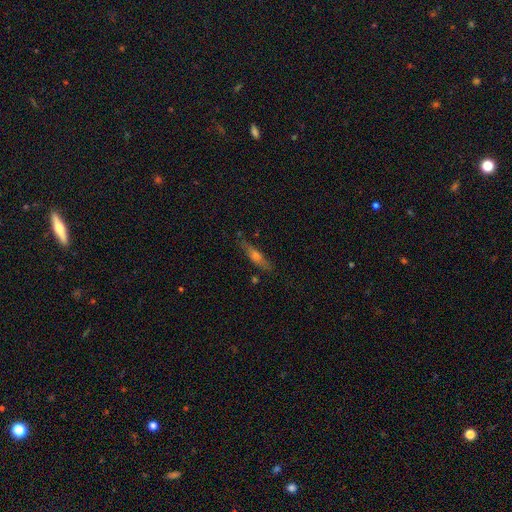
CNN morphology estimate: Smooth or featured? featured or disk (59%)
Edge-on disk? yes (92%)
Edge-on bulge? rounded (84%)
Merging? none (83%)